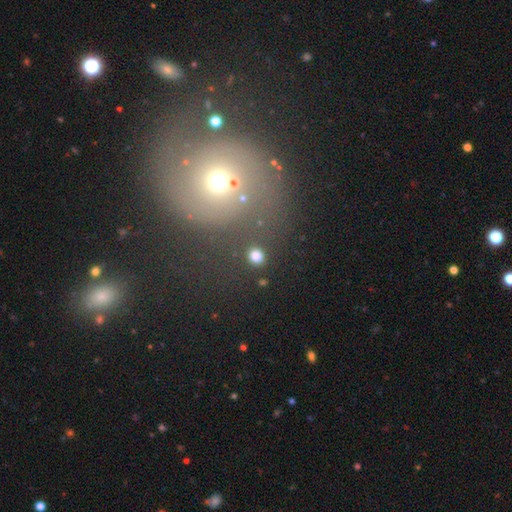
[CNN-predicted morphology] Smooth or featured?
  - smooth: 81% *
  - star or artifact: 15%
  - featured or disk: 5%
How rounded?
  - round: 83% *
  - in between: 16%
  - cigar-shaped: 1%
Merging?
  - none: 88% *
  - minor disturbance: 6%
  - major disturbance: 3%
  - merger: 3%